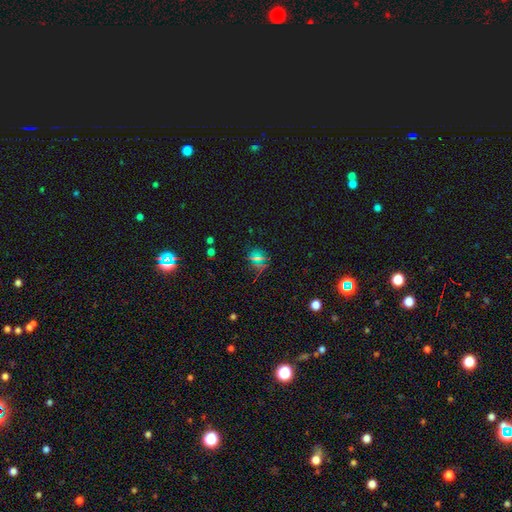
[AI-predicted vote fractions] This is likely a star or artifact rather than a galaxy (60%).